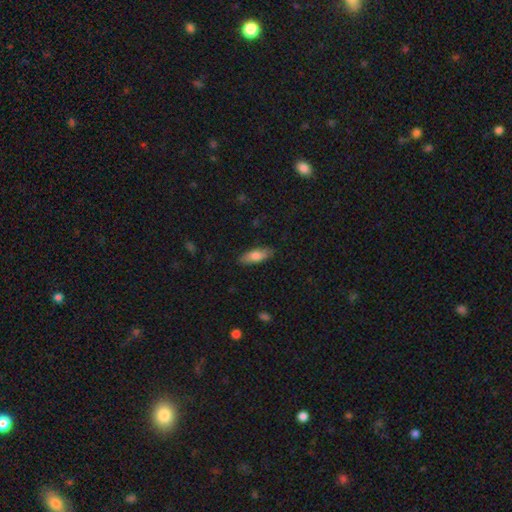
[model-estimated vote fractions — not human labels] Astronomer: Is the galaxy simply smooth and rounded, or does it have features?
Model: smooth — 78%.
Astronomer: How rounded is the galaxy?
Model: in between — 67%.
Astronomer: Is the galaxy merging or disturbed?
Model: none — 85%.